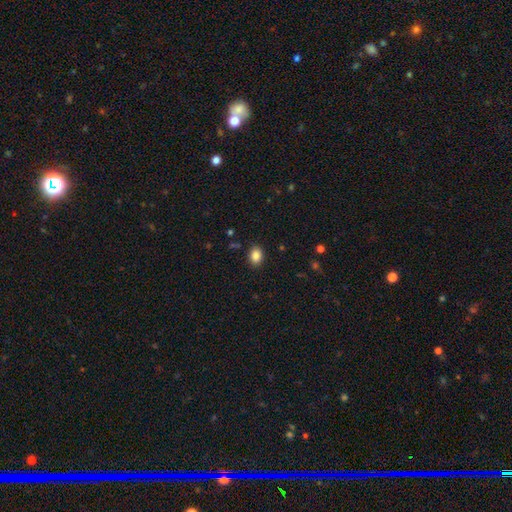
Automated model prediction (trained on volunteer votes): Morphology: type=smooth (86%); roundness=in between (70%); merging=none (87%).